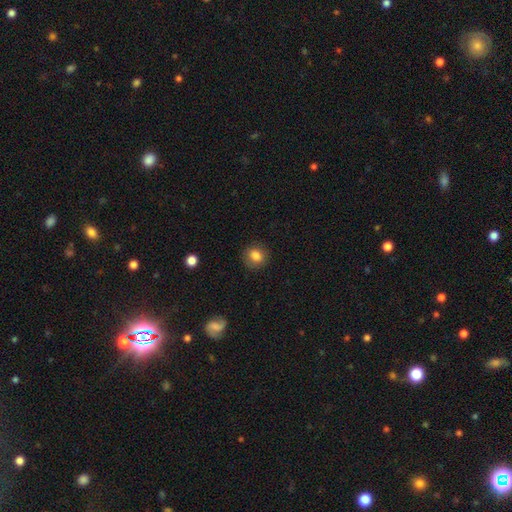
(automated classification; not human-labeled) smooth-or-featured: smooth: 83% | star or artifact: 9% | featured or disk: 7%
  how-rounded: round: 76% | in between: 24% | cigar-shaped: 1%
  merging: none: 85% | minor disturbance: 11% | major disturbance: 3% | merger: 1%